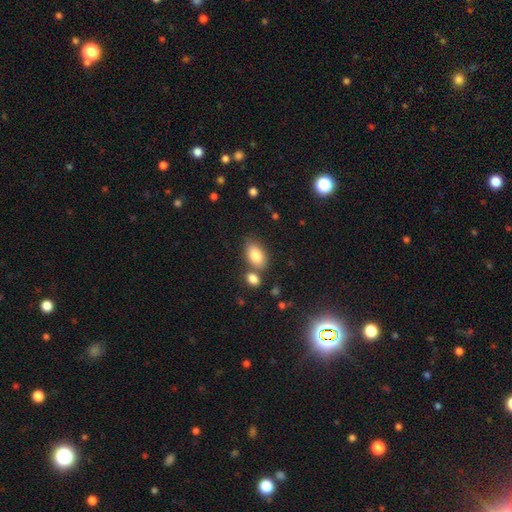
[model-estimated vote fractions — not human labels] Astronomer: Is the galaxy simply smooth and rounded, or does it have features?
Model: smooth — 84%.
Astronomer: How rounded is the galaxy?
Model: in between — 90%.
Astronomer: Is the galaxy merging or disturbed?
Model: none — 64%.